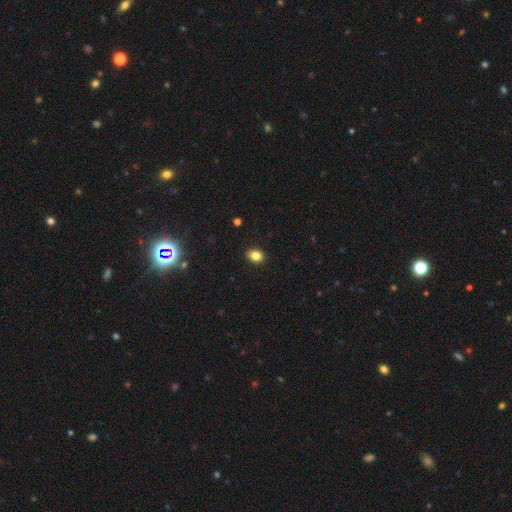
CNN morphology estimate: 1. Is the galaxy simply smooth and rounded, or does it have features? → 84% smooth, 10% star or artifact, 5% featured or disk.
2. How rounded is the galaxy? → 67% in between, 32% round, 1% cigar-shaped.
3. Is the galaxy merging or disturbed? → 89% none, 8% minor disturbance, 2% major disturbance, 1% merger.